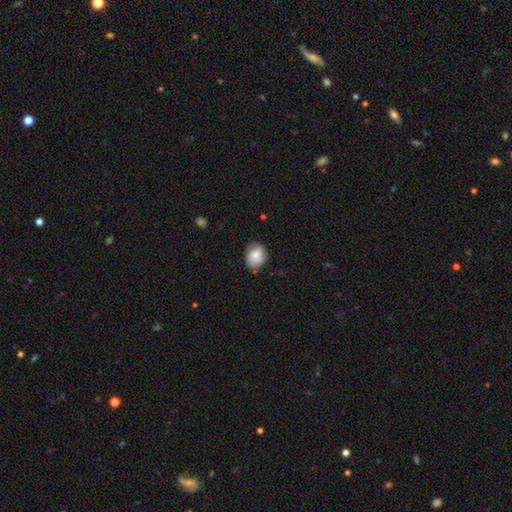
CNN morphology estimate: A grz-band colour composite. It shows a smooth galaxy with no disk features (73%) that is round (63%). Merging: none (69%).